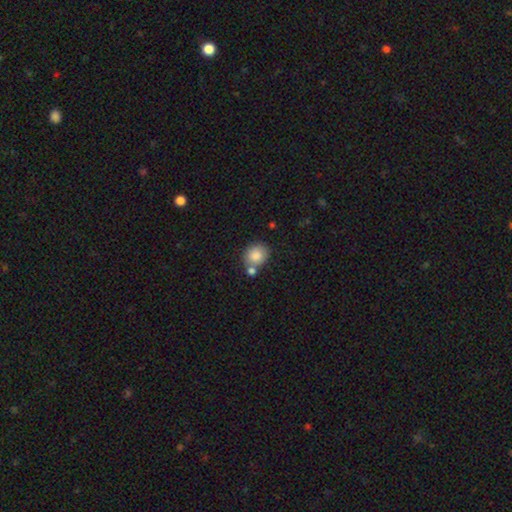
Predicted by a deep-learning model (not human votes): Smooth or featured? Predicted: smooth (p=0.85). How rounded? Predicted: round (p=0.76). Merging? Predicted: none (p=0.62).